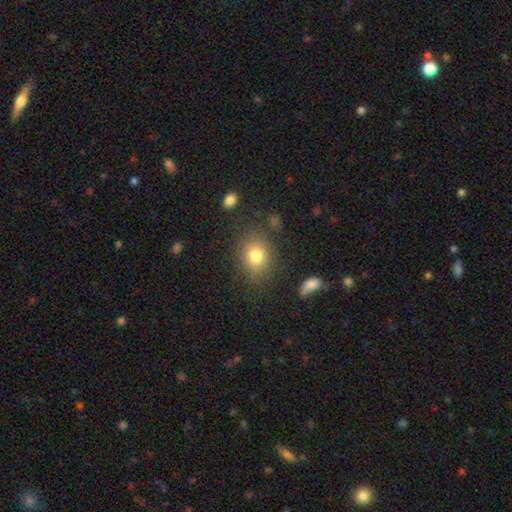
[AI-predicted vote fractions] Smooth or featured: smooth — 80% (star or artifact — 11%)
How rounded: round — 52% (in between — 47%)
Merging: none — 80% (minor disturbance — 12%)